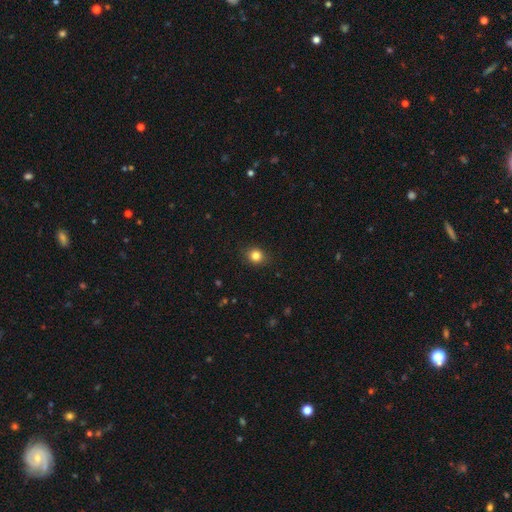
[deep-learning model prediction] Smooth or featured: smooth — 83% (star or artifact — 12%)
How rounded: round — 73% (in between — 26%)
Merging: none — 88% (minor disturbance — 8%)